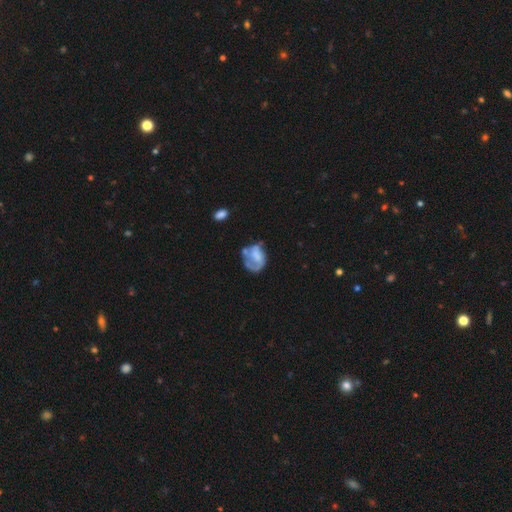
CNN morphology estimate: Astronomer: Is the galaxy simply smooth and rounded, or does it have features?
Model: featured or disk — 54% (runner-up: smooth, 38%).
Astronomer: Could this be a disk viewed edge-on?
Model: no — 98%.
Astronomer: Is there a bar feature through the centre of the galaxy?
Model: no — 66%.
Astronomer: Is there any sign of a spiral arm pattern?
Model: yes — 55% (runner-up: no, 45%).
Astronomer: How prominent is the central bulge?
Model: none — 48%.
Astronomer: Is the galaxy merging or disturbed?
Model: none — 35% (runner-up: major disturbance, 30%).